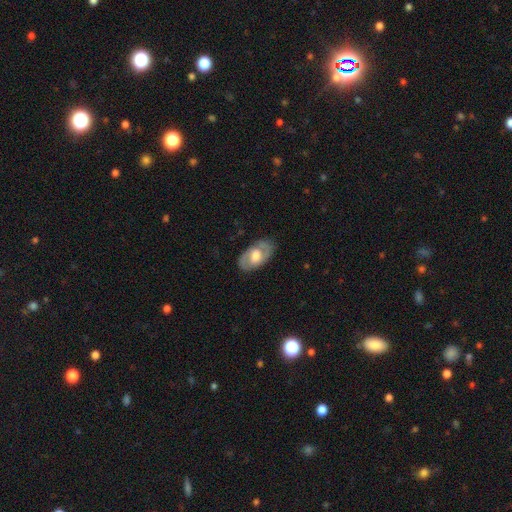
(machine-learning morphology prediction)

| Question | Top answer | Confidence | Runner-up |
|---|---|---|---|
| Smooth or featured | featured or disk | 67% | smooth (28%) |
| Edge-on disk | no | 93% | yes (7%) |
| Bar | no | 55% | weak (35%) |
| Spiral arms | yes | 70% | no (30%) |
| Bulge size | moderate | 51% | large (34%) |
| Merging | none | 82% | minor disturbance (13%) |